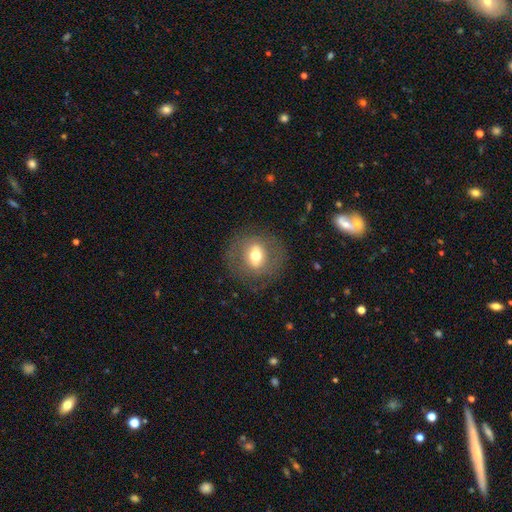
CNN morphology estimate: smooth_or_featured: smooth (p=0.50) [alt: featured or disk p=0.41]
how_rounded: round (p=0.71) [alt: in between p=0.27]
merging: none (p=0.79) [alt: minor disturbance p=0.12]